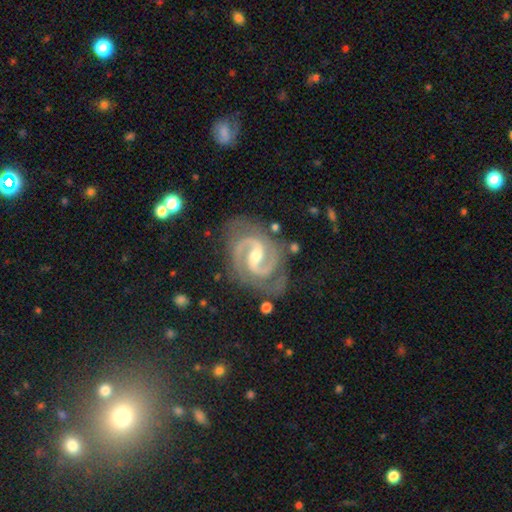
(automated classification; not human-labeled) Overall: featured or disk (94%). Edge-on disk: no (98%). Bar: weak (48%; strong 36%). Spiral arms: yes (99%). Spiral arm count: 2 (93%). Spiral winding: medium (56%; tight 37%). Bulge size: moderate (57%; small 36%). Merging: none (76%).